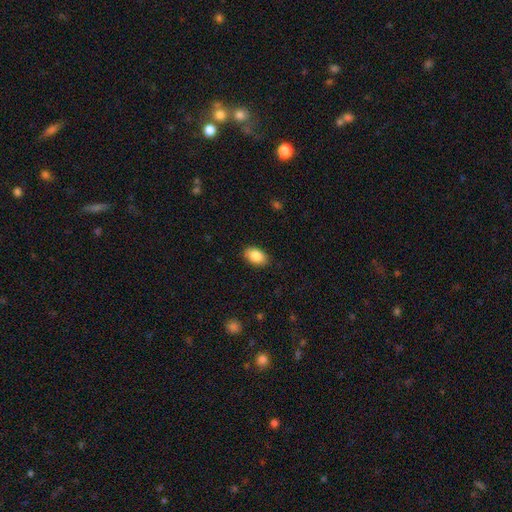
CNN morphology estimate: Smooth or featured? Predicted: smooth (p=0.87). How rounded? Predicted: in between (p=0.91). Merging? Predicted: none (p=0.86).